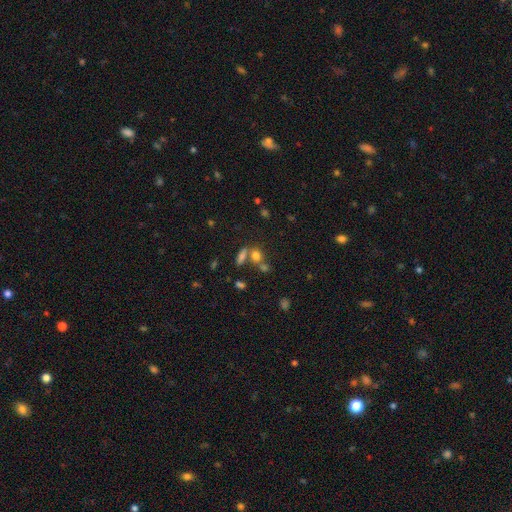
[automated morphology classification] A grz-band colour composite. It shows a smooth galaxy with no disk features (71%) that is round (50%). Merging: none (49%).